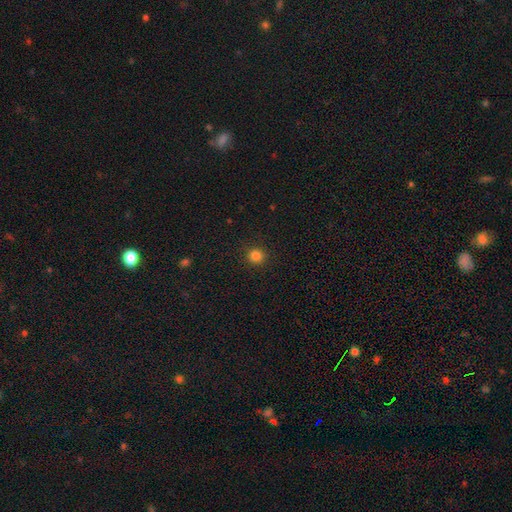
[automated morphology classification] Smooth or featured: smooth — 83% (star or artifact — 13%)
How rounded: round — 93% (in between — 6%)
Merging: none — 92% (minor disturbance — 5%)